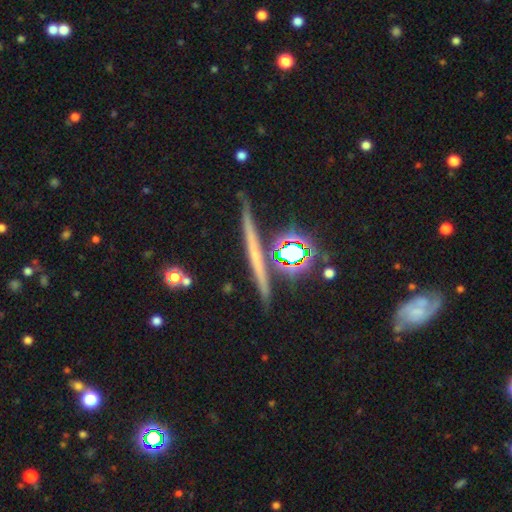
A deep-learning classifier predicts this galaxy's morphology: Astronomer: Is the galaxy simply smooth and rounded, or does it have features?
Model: featured or disk — 39% (runner-up: star or artifact, 34%).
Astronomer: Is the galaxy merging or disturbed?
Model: none — 84%.